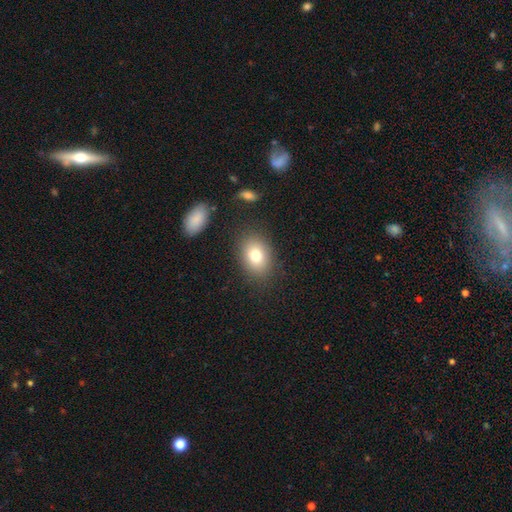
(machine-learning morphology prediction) smooth_or_featured: smooth (p=0.77) [alt: featured or disk p=0.12]
how_rounded: in between (p=0.67) [alt: round p=0.32]
merging: none (p=0.84) [alt: minor disturbance p=0.10]